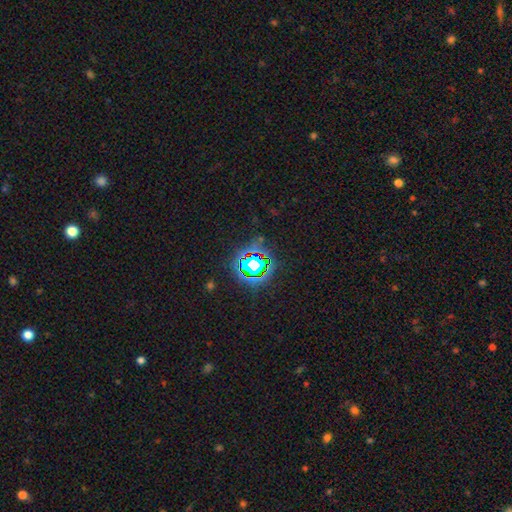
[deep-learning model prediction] This is likely a star or artifact rather than a galaxy (79%).